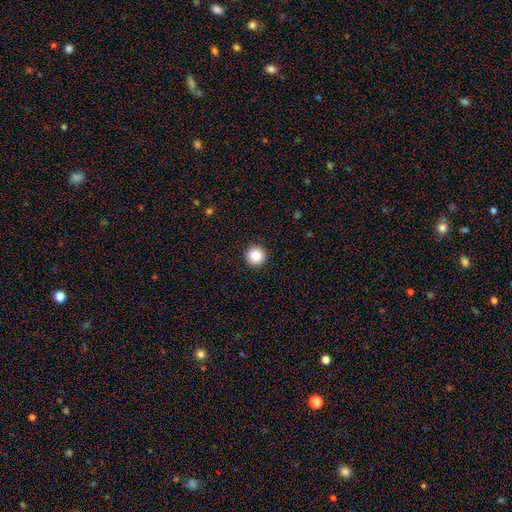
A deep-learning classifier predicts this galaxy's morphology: A smooth galaxy with no disk features (85%) that is round (96%).

Vote fractions:
- Smooth or featured? smooth: 85% / star or artifact: 10% / featured or disk: 5%
- How rounded? round: 96% / in between: 3% / cigar-shaped: 1%
- Merging? none: 94% / minor disturbance: 4% / major disturbance: 1% / merger: 1%